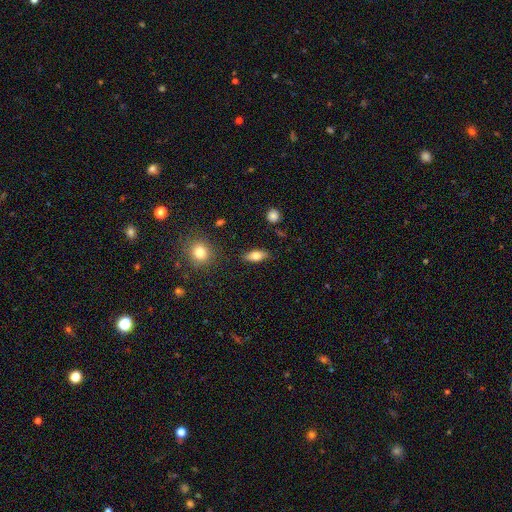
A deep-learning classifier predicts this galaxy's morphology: This appears to be a smooth galaxy with no disk features (74%) that is in between round and cigar-shaped (82%). Merging: none (83%).